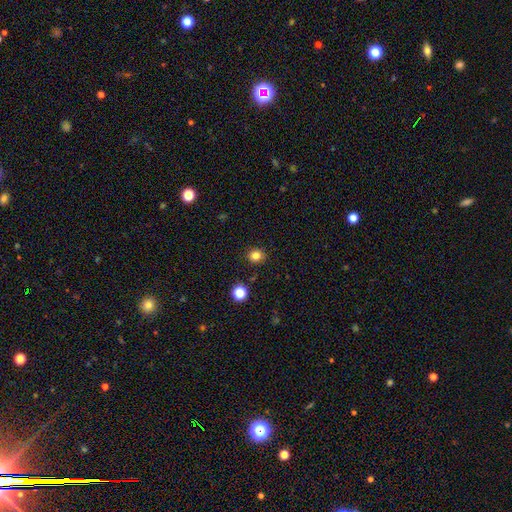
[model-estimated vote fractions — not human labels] Overall: smooth (81%). How rounded: round (80%). Merging: none (89%).